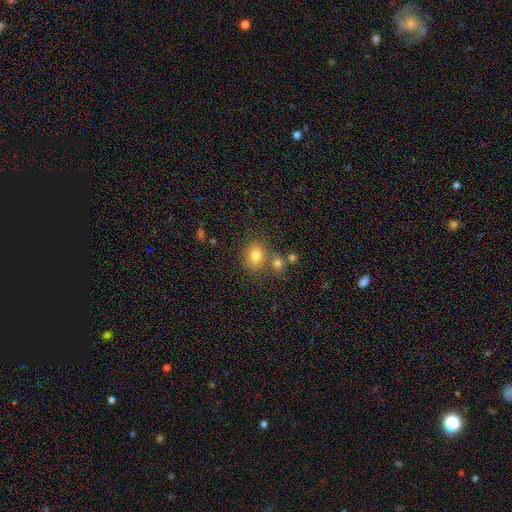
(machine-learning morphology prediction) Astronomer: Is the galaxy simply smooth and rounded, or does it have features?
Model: smooth — 78%.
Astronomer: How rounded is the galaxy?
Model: round — 56% (runner-up: in between, 43%).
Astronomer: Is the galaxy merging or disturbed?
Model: none — 64%.